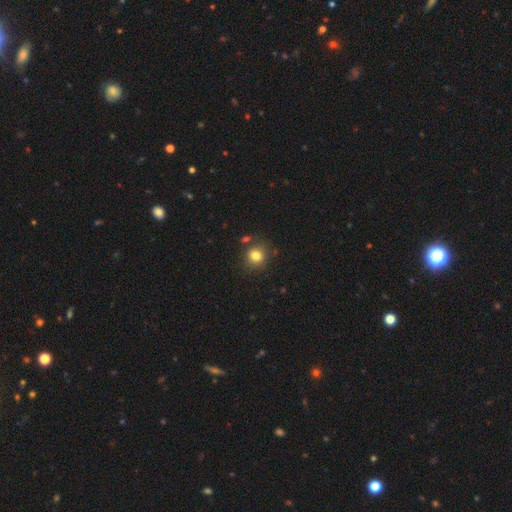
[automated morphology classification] type=smooth (81%); roundness=round (83%); merging=none (78%).